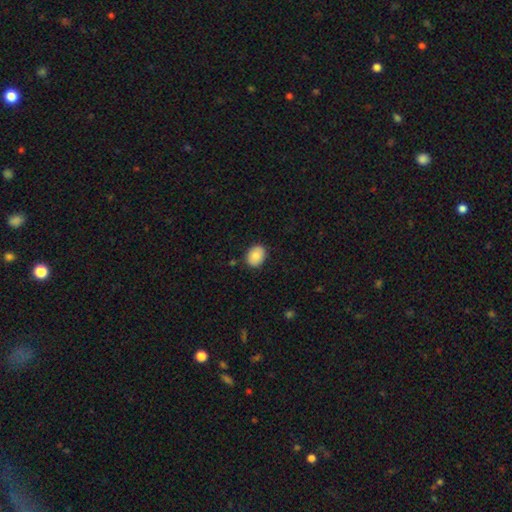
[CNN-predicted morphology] Overall: smooth (84%). How rounded: in between (61%; round 38%). Merging: none (86%).